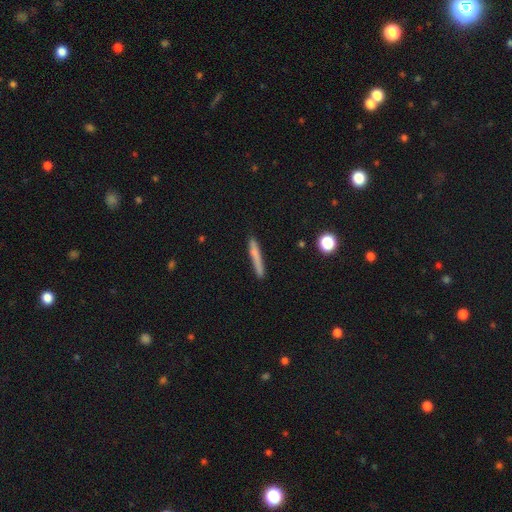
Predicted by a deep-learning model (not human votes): Smooth or featured: smooth — 67% (featured or disk — 26%)
How rounded: cigar-shaped — 94% (in between — 4%)
Merging: none — 80% (minor disturbance — 15%)